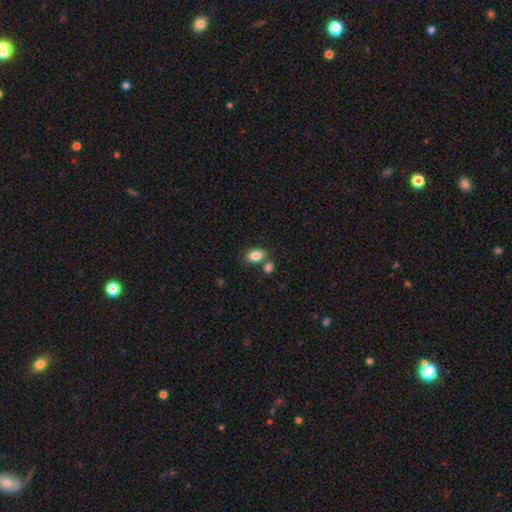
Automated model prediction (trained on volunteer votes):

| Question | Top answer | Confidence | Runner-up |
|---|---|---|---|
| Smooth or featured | smooth | 85% | star or artifact (9%) |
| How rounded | in between | 72% | round (26%) |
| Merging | none | 62% | merger (22%) |